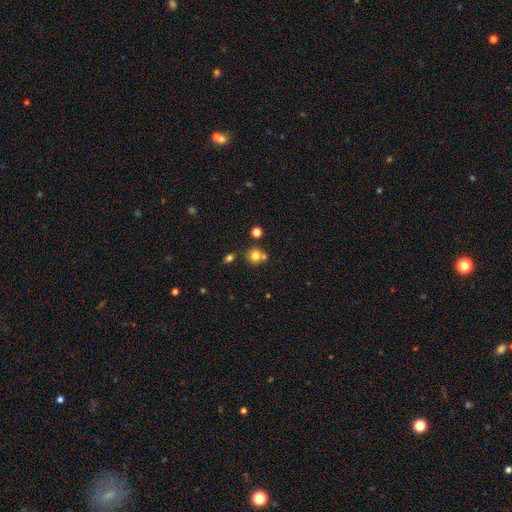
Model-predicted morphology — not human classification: Smooth or featured? smooth (77%)
How rounded? round (87%)
Merging? none (66%)